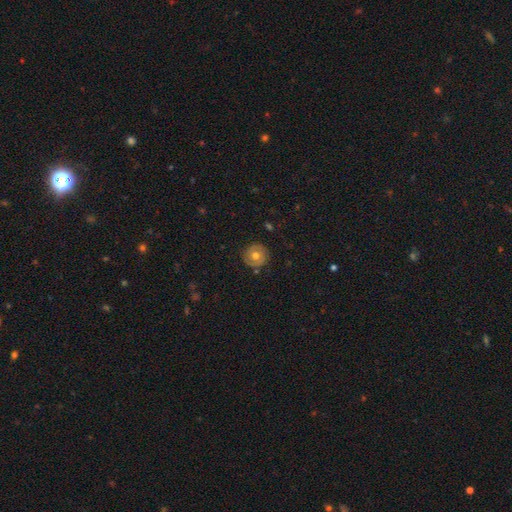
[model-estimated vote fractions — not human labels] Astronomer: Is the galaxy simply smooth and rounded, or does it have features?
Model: featured or disk — 50% (runner-up: smooth, 42%).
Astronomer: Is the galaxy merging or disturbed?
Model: none — 85%.